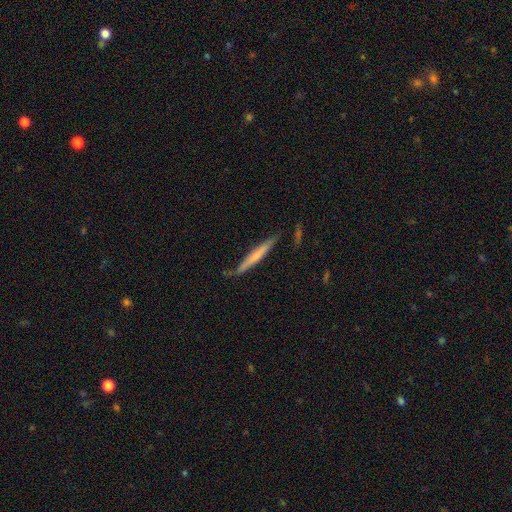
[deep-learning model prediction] The model was most divided on "smooth or featured": smooth: 49%, featured or disk: 45%, star or artifact: 6%. More confident: merging — none (74%).